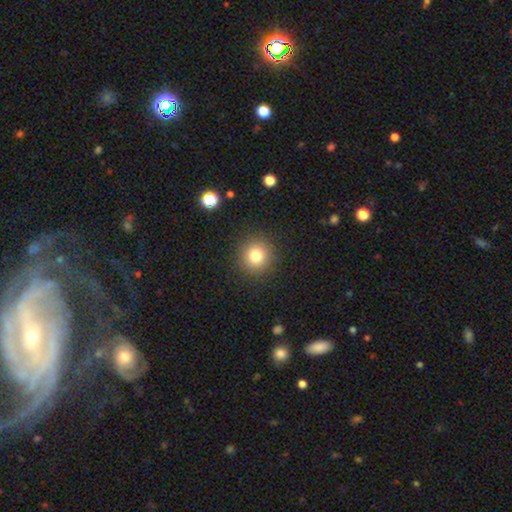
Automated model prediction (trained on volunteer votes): smooth_or_featured: smooth (p=0.80) [alt: star or artifact p=0.13]
how_rounded: round (p=0.92) [alt: in between p=0.07]
merging: none (p=0.90) [alt: minor disturbance p=0.06]